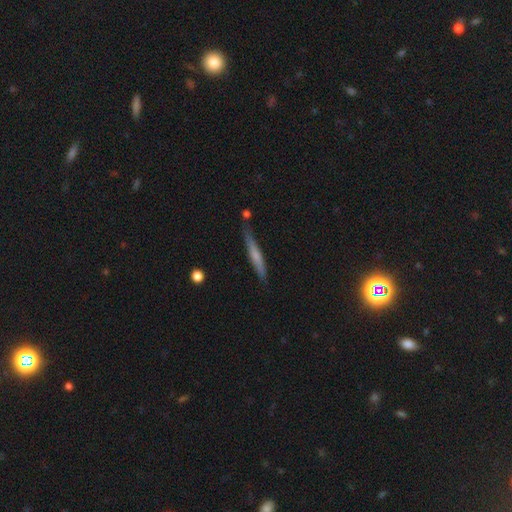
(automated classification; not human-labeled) Morphology: type=smooth (55%); roundness=cigar-shaped (94%); merging=none (75%).